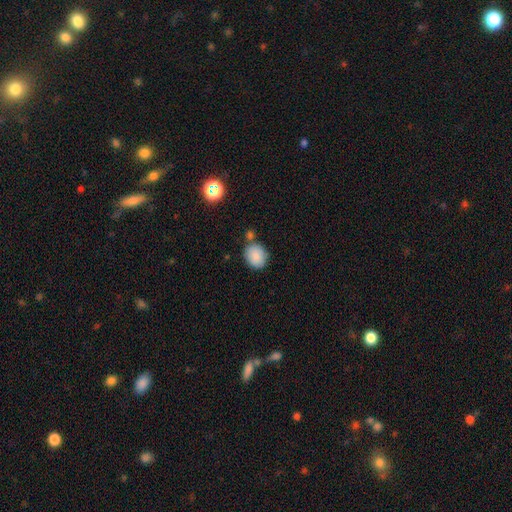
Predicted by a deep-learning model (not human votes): Morphology: type=smooth (87%); roundness=round (67%); merging=none (70%).